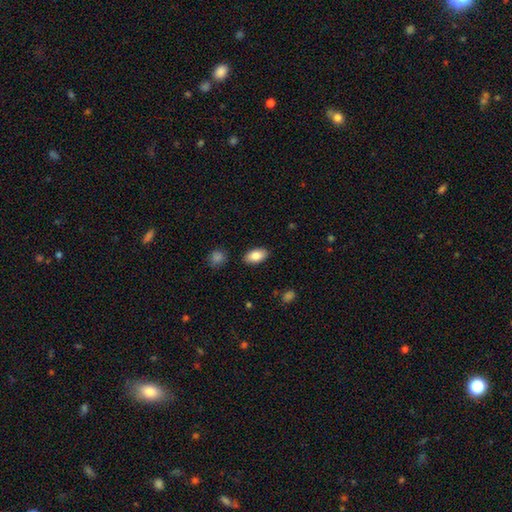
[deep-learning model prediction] Smooth or featured? smooth (85%)
How rounded? in between (93%)
Merging? none (87%)